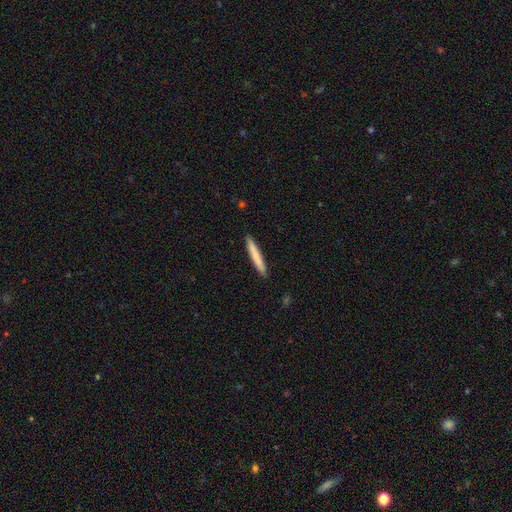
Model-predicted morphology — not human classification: A smooth galaxy with no disk features (77%) that is cigar-shaped (96%).

Vote fractions:
- Smooth or featured? smooth: 77% / featured or disk: 18% / star or artifact: 5%
- How rounded? cigar-shaped: 96% / in between: 3% / round: 1%
- Merging? none: 91% / minor disturbance: 6% / major disturbance: 1% / merger: 1%